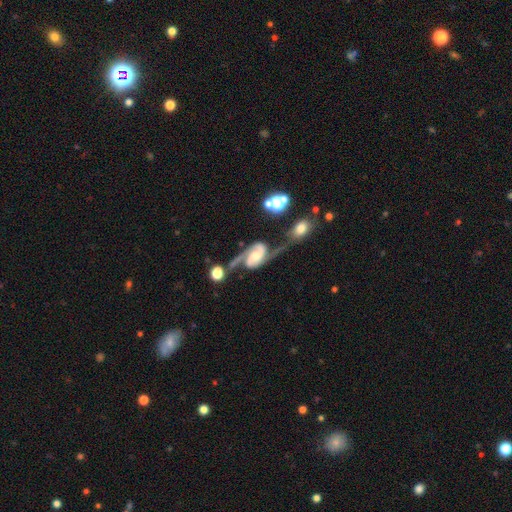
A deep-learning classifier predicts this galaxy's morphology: featured or disk 91%, star or artifact 5%, smooth 4%. Down the decision tree: edge-on disk — no (97%); bar — no (41%); spiral arms — yes (98%); spiral arm count — 2 (93%); spiral winding — medium (46%); bulge size — moderate (52%); merging — none (45%).